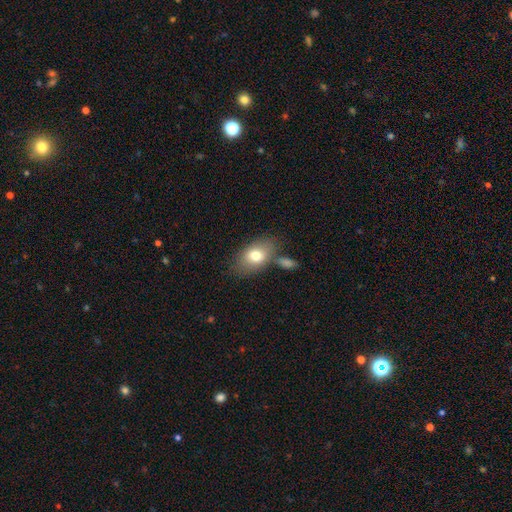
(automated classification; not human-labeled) smooth_or_featured: smooth (p=0.74) [alt: featured or disk p=0.18]
how_rounded: in between (p=0.85) [alt: round p=0.13]
merging: none (p=0.60) [alt: merger p=0.18]